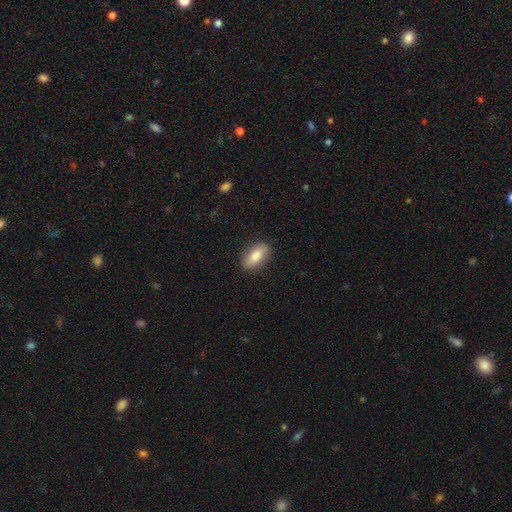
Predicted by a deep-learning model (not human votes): smooth 77%, featured or disk 16%, star or artifact 7%. Down the decision tree: how rounded — in between (85%); merging — none (87%).